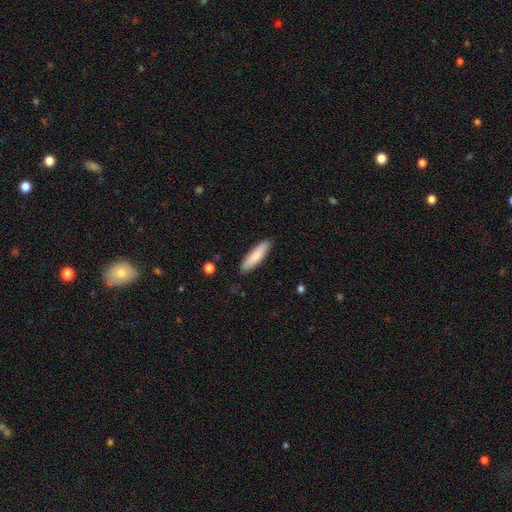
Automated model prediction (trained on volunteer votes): Smooth or featured? smooth (83%)
How rounded? cigar-shaped (69%)
Merging? none (88%)